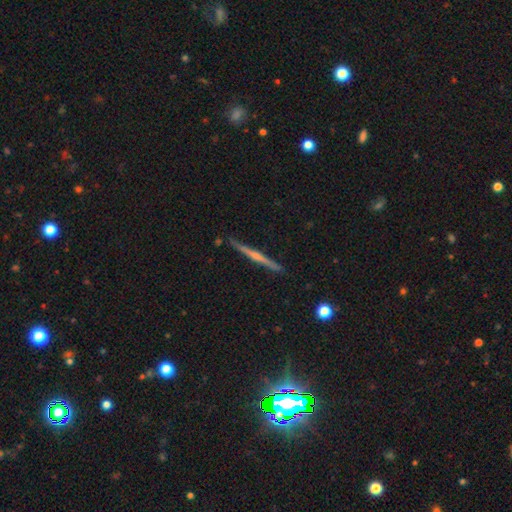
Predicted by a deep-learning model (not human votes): This appears to be a featured or disk galaxy (74%) viewed edge-on (98%) with a rounded central bulge (66%). Merging: none (90%).